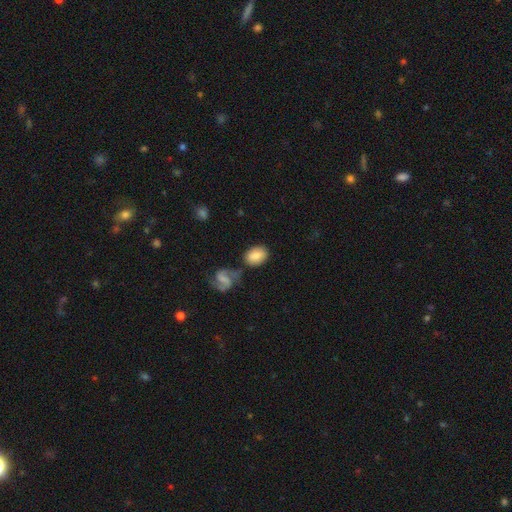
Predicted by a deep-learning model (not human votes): A smooth galaxy with no disk features (75%) that is in between round and cigar-shaped (77%). Merging: none (60%).